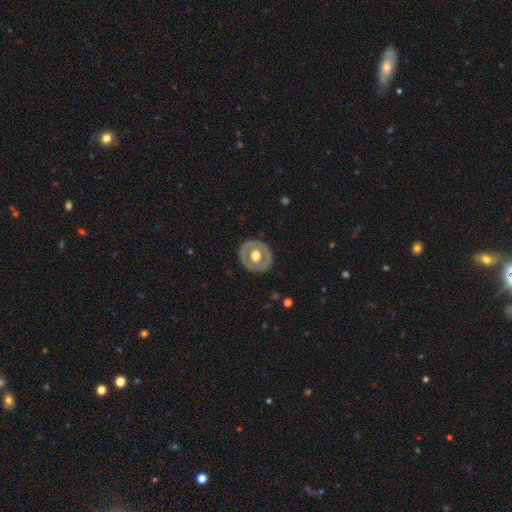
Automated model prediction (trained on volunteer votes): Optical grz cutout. It shows a featured or disk galaxy (57%) with no bar (85%), no spiral arms (91%) and a moderate central bulge (56%). Merging: none (86%).